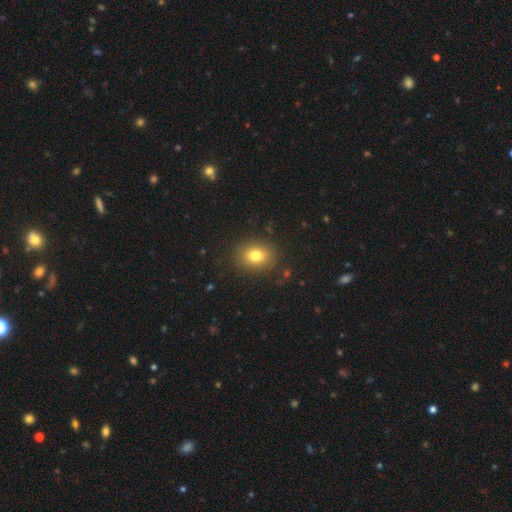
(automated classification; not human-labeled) Overall: smooth (78%). How rounded: round (58%; in between 41%). Merging: none (87%).